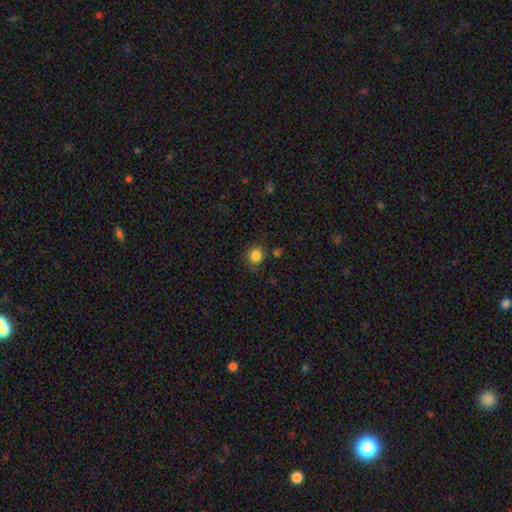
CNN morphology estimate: smooth-or-featured: smooth: 84% | star or artifact: 11% | featured or disk: 5%
  how-rounded: round: 77% | in between: 22% | cigar-shaped: 1%
  merging: none: 78% | minor disturbance: 14% | merger: 4% | major disturbance: 4%